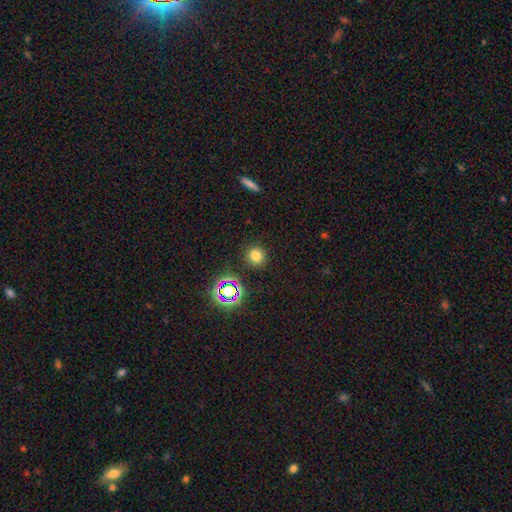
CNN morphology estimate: The model was most divided on "smooth or featured": smooth: 73%, star or artifact: 21%, featured or disk: 6%. More confident: how rounded — round (90%); merging — none (88%).